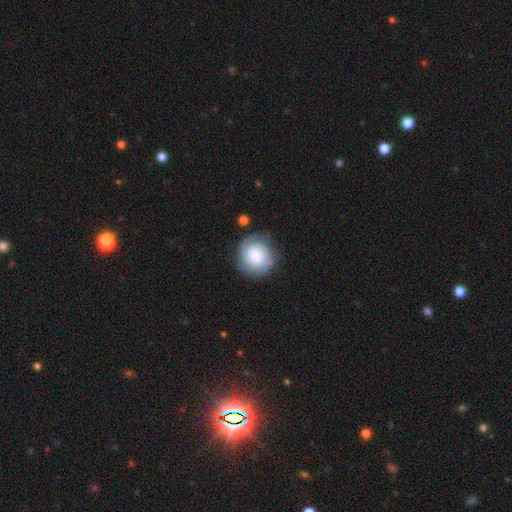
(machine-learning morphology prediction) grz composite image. It shows a smooth galaxy with no disk features (53%) that is round (88%). Merging: none (71%).